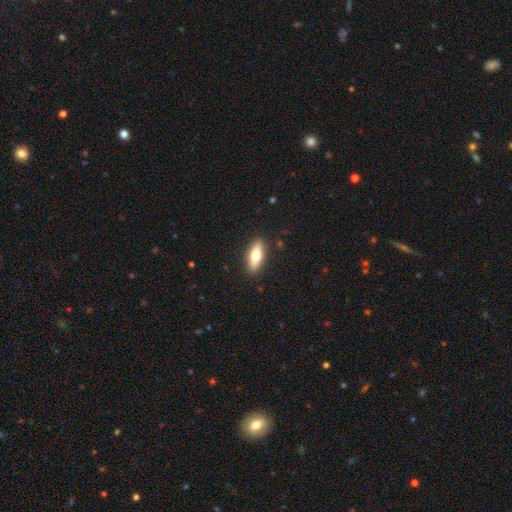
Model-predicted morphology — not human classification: type=smooth (63%); roundness=in between (63%); merging=none (89%).